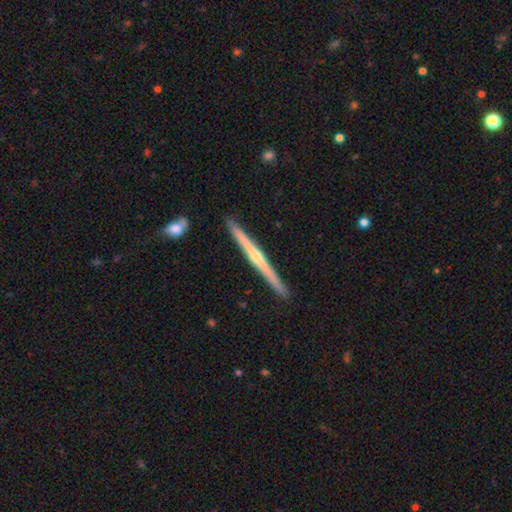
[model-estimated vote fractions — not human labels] smooth_or_featured: featured or disk (p=0.78) [alt: smooth p=0.17]
disk_edge_on: yes (p=0.98) [alt: no p=0.02]
edge_on_bulge: rounded (p=0.74) [alt: none p=0.21]
merging: none (p=0.92) [alt: minor disturbance p=0.06]